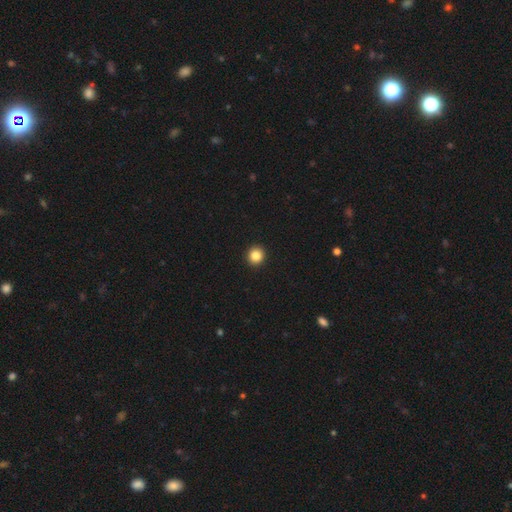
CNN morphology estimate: Overall: smooth (85%). How rounded: round (93%). Merging: none (94%).